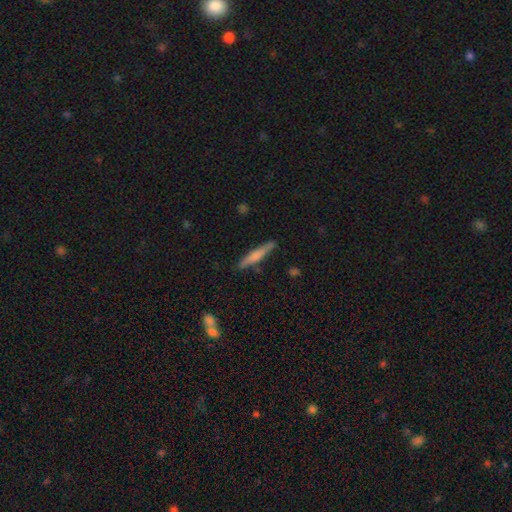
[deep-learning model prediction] Q: Smooth or featured?
A: smooth (62%); runner-up: featured or disk (33%)
Q: How rounded?
A: cigar-shaped (93%); runner-up: in between (6%)
Q: Merging?
A: none (85%); runner-up: minor disturbance (11%)